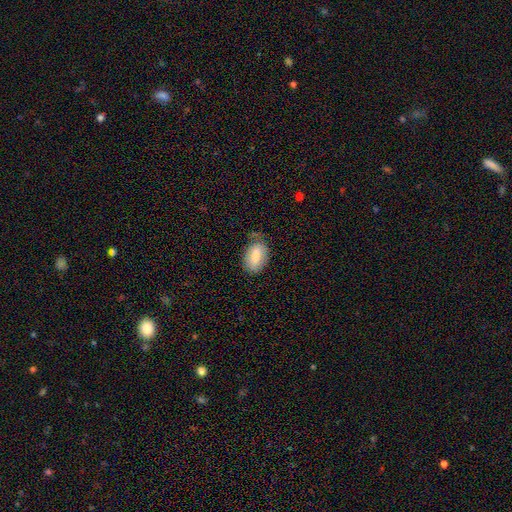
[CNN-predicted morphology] Smooth or featured? smooth (79%)
How rounded? in between (91%)
Merging? none (64%)